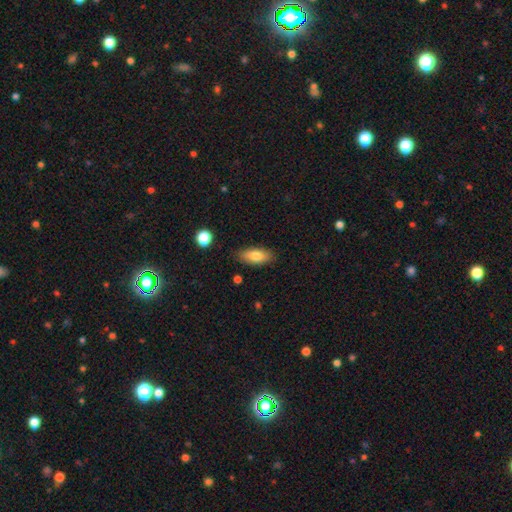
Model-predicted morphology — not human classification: Smooth or featured? smooth (78%)
How rounded? in between (81%)
Merging? none (84%)